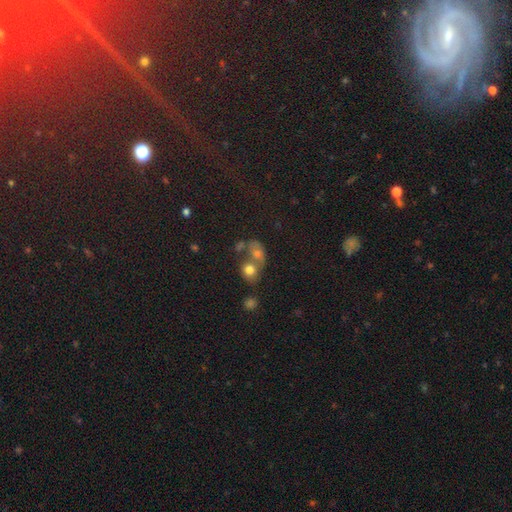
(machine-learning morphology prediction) Smooth or featured? Predicted: smooth (p=0.56). How rounded? Predicted: round (p=0.59). Merging? Predicted: merger (p=0.51).